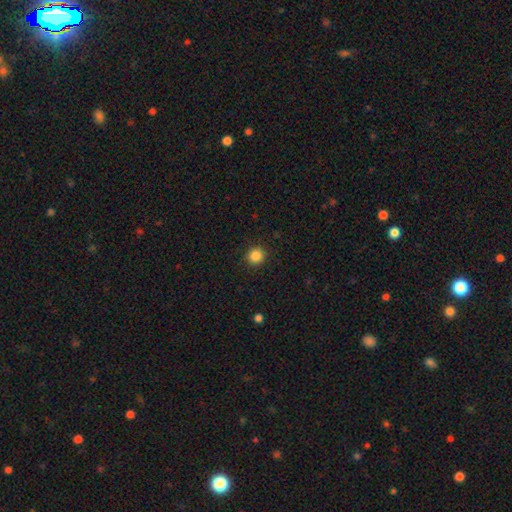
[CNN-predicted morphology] Q: Smooth or featured?
A: smooth (86%); runner-up: star or artifact (11%)
Q: How rounded?
A: round (92%); runner-up: in between (7%)
Q: Merging?
A: none (91%); runner-up: minor disturbance (6%)